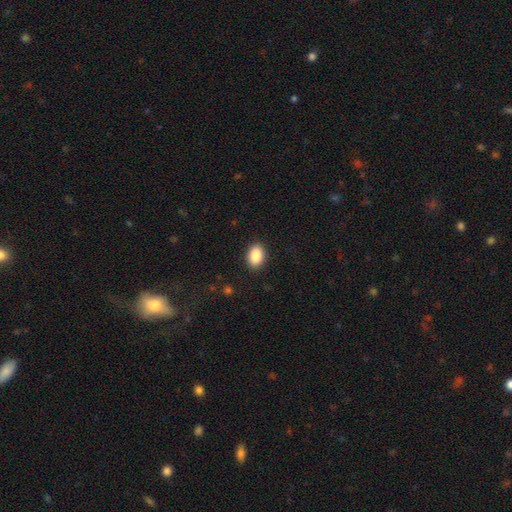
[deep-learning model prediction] This appears to be a smooth galaxy with no disk features (89%) that is in between round and cigar-shaped (85%). Merging: none (90%).